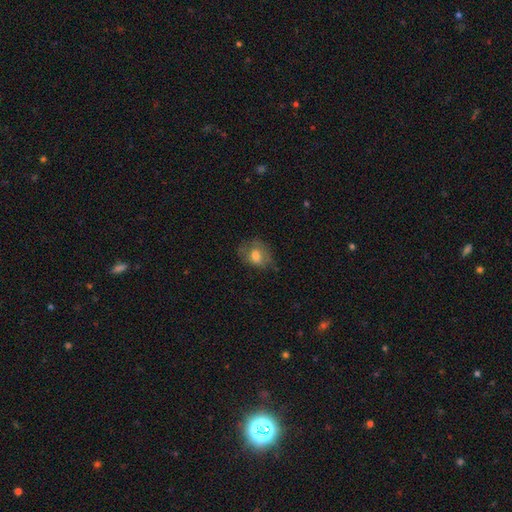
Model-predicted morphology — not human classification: This is likely a smooth galaxy (67%). How rounded: possibly in between (52%). Merging: likely none (60%).